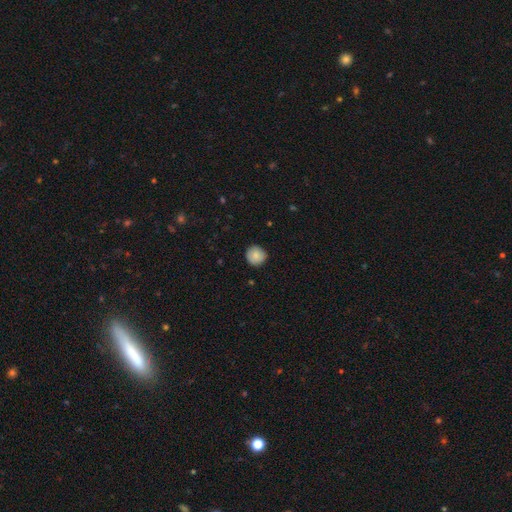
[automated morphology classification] A smooth galaxy with no disk features (85%) that is round (94%).

Vote fractions:
- Smooth or featured? smooth: 85% / featured or disk: 7% / star or artifact: 7%
- How rounded? round: 94% / in between: 5% / cigar-shaped: 1%
- Merging? none: 89% / minor disturbance: 9% / major disturbance: 2% / merger: 1%